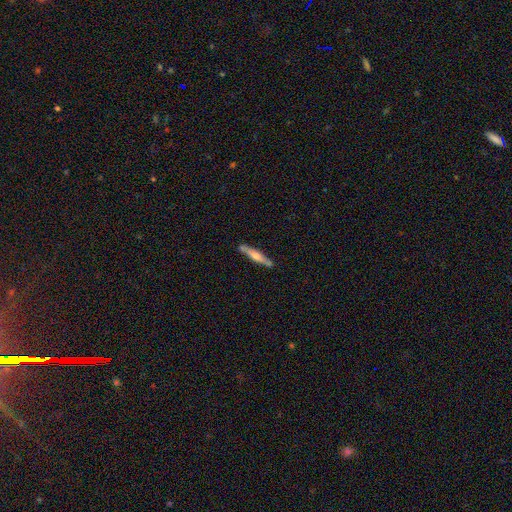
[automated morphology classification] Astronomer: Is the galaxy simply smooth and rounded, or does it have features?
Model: featured or disk — 56% (runner-up: smooth, 39%).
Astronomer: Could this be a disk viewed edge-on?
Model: yes — 96%.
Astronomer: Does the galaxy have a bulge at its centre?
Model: rounded — 81%.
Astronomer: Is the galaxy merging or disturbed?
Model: none — 84%.